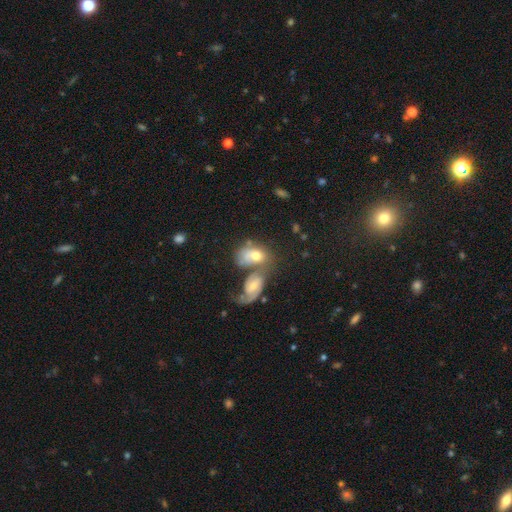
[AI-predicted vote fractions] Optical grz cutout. It shows a smooth galaxy with no disk features (50%). Merging: merger (54%).